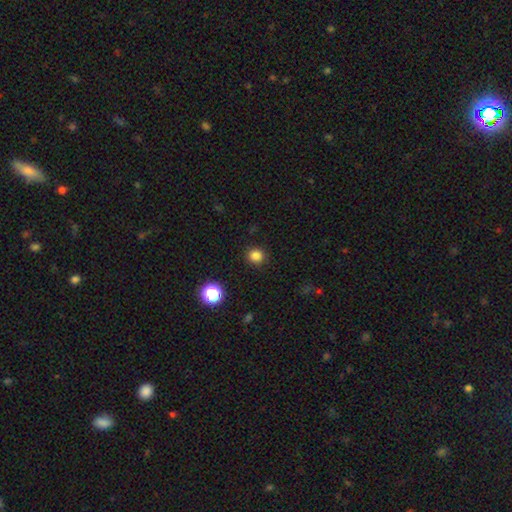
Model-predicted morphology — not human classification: A smooth galaxy with no disk features (82%) that is round (91%).

Vote fractions:
- Smooth or featured? smooth: 82% / star or artifact: 14% / featured or disk: 4%
- How rounded? round: 91% / in between: 8% / cigar-shaped: 1%
- Merging? none: 90% / minor disturbance: 7% / major disturbance: 2% / merger: 1%